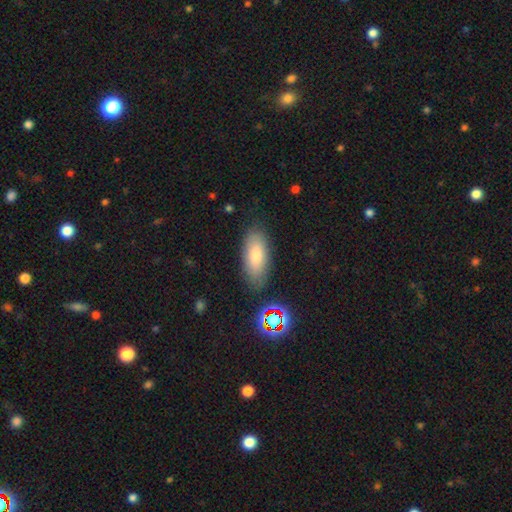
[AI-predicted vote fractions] This is likely a smooth galaxy (75%). How rounded: clearly in between (84%). Merging: clearly none (81%).